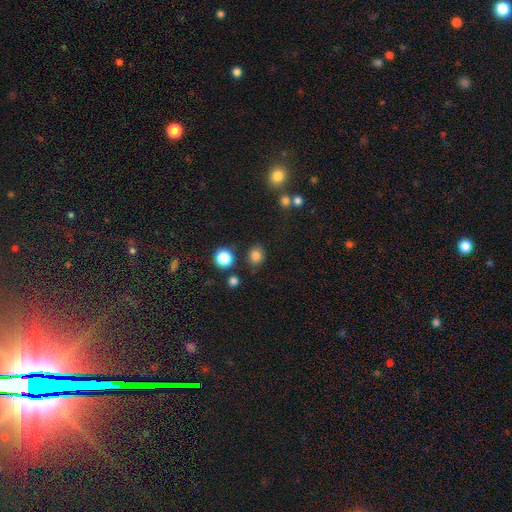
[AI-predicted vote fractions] smooth 82%, star or artifact 13%, featured or disk 5%. Down the decision tree: how rounded — round (68%); merging — none (81%).